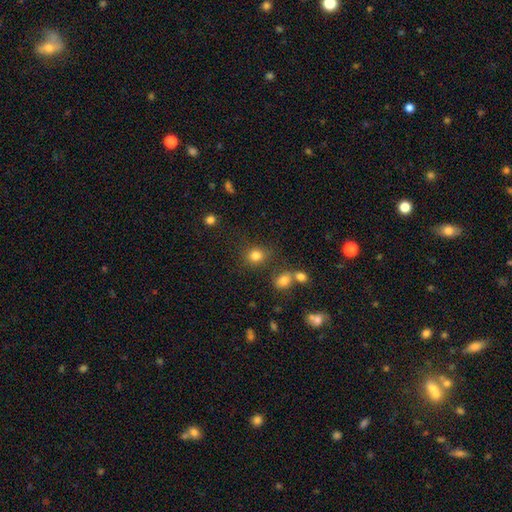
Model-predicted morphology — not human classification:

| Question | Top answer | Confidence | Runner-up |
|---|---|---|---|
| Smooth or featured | smooth | 82% | star or artifact (13%) |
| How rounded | round | 75% | in between (24%) |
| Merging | none | 77% | minor disturbance (11%) |